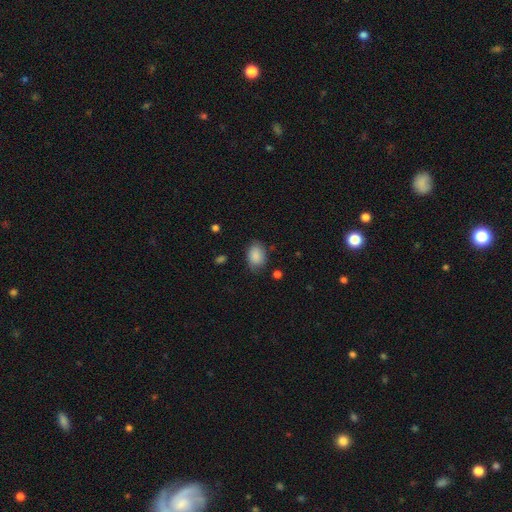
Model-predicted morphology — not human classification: This is clearly a smooth galaxy (87%). How rounded: clearly in between (81%). Merging: likely none (75%).